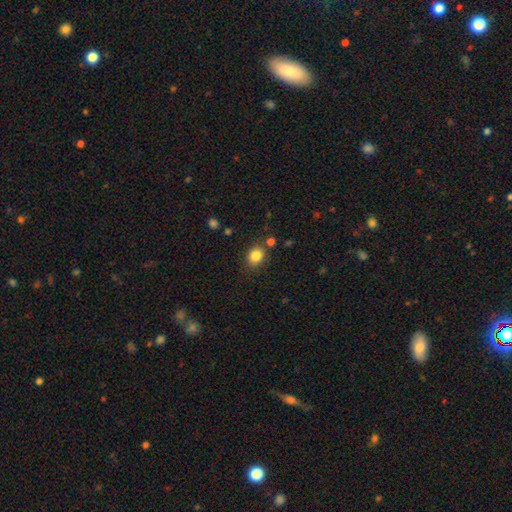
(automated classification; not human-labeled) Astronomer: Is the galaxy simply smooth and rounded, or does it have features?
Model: smooth — 84%.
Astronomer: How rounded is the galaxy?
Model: round — 62%.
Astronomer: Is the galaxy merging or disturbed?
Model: none — 80%.